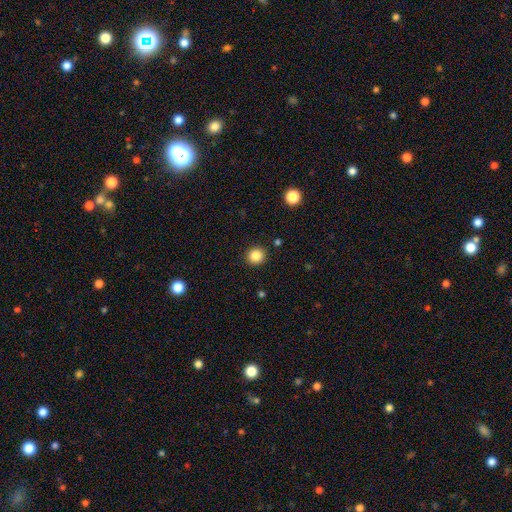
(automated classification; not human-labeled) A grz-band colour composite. It shows a smooth galaxy with no disk features (85%) that is round (93%). Merging: none (91%).